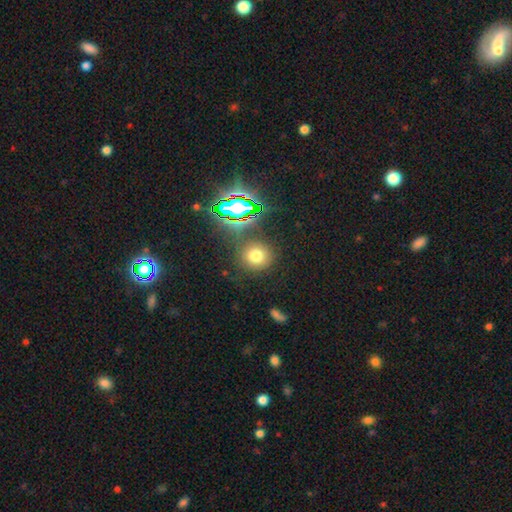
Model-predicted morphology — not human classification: A smooth galaxy with no disk features (68%) that is round (86%). Merging: none (80%).